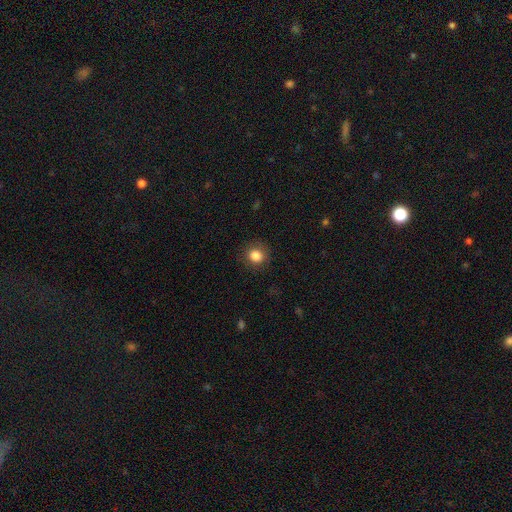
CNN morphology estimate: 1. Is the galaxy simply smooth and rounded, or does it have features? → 85% smooth, 10% star or artifact, 6% featured or disk.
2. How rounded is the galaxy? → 82% round, 17% in between, 1% cigar-shaped.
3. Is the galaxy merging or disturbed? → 87% none, 9% minor disturbance, 3% major disturbance, 1% merger.